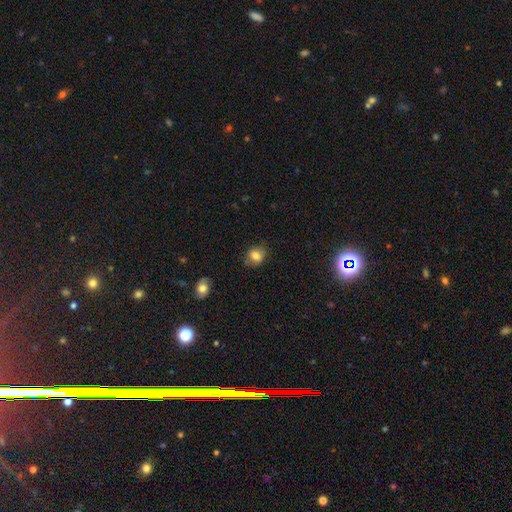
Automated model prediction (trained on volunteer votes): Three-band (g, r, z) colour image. It shows a smooth galaxy with no disk features (79%) that is round (56%). Merging: none (74%).